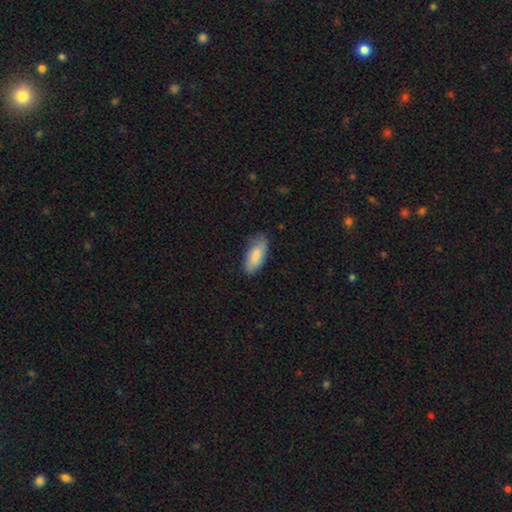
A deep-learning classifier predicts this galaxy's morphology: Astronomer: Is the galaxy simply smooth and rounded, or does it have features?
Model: smooth — 80%.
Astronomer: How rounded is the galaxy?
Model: in between — 85%.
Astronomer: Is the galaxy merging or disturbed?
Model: none — 71%.